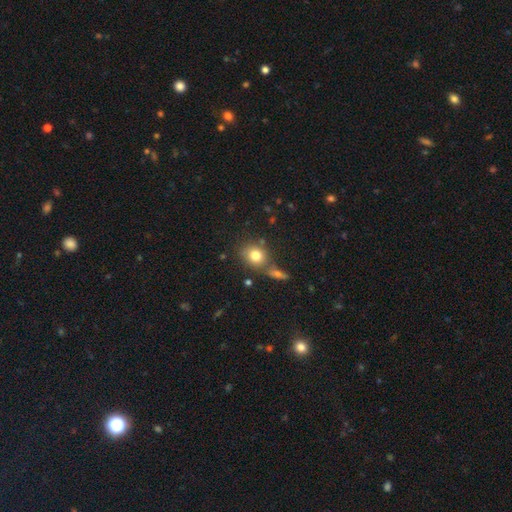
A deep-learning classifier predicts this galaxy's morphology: type=smooth (79%); roundness=round (67%); merging=none (67%).